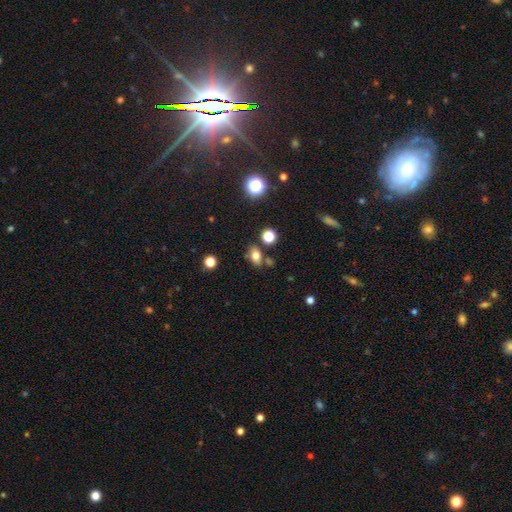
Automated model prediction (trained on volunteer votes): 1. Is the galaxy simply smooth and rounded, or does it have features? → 73% smooth, 15% star or artifact, 12% featured or disk.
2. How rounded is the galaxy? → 76% in between, 21% round, 3% cigar-shaped.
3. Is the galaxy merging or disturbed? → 71% none, 14% minor disturbance, 10% merger, 4% major disturbance.